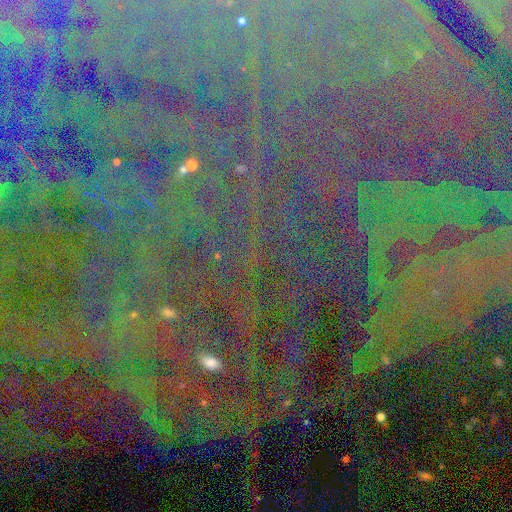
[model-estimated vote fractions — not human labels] smooth_or_featured: star or artifact (p=0.86) [alt: featured or disk p=0.07]